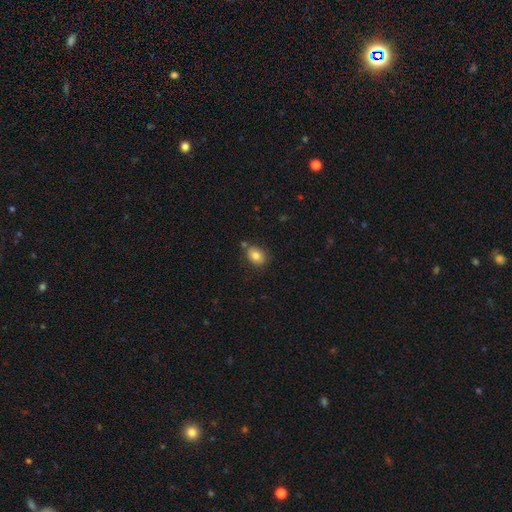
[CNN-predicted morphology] Smooth or featured?
  - smooth: 81% *
  - featured or disk: 10%
  - star or artifact: 9%
How rounded?
  - in between: 74% *
  - round: 25%
  - cigar-shaped: 1%
Merging?
  - none: 71% *
  - minor disturbance: 16%
  - merger: 9%
  - major disturbance: 3%